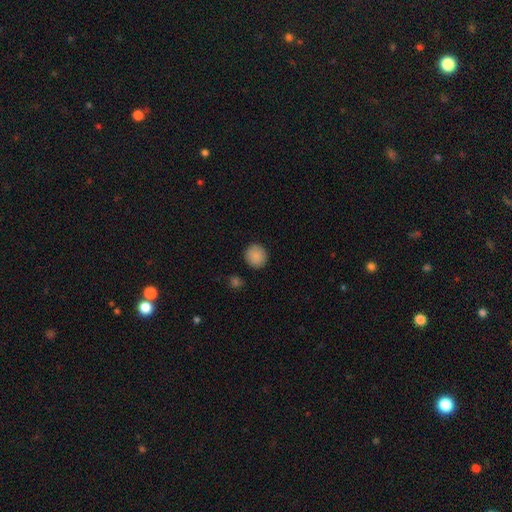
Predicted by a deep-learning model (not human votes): Overall: smooth (88%). How rounded: round (89%). Merging: none (89%).